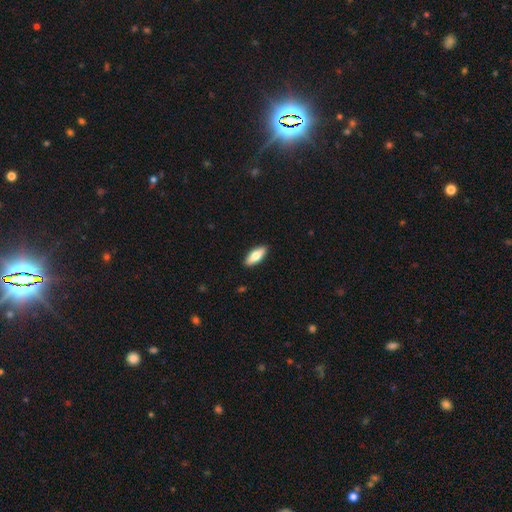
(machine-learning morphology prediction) Overall: smooth (70%). How rounded: in between (69%; cigar-shaped 29%). Merging: none (90%).